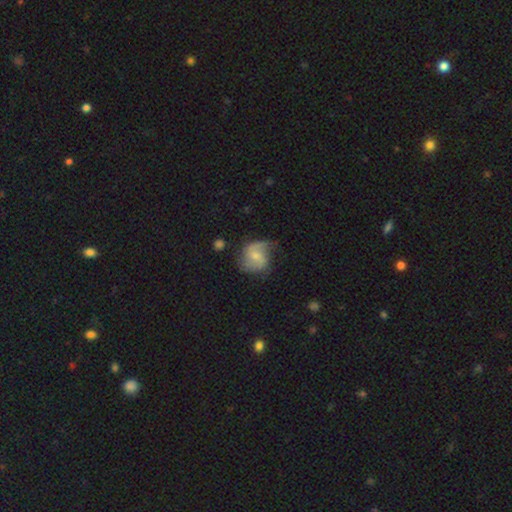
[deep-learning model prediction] smooth_or_featured: featured or disk (p=0.72) [alt: smooth p=0.22]
disk_edge_on: no (p=0.98) [alt: yes p=0.02]
bar: weak (p=0.50) [alt: no p=0.40]
has_spiral_arms: yes (p=0.93) [alt: no p=0.07]
spiral_winding: medium (p=0.45) [alt: loose p=0.38]
spiral_arm_count: 2 (p=0.75) [alt: can't tell p=0.09]
bulge_size: small (p=0.53) [alt: moderate p=0.36]
merging: none (p=0.60) [alt: minor disturbance p=0.25]